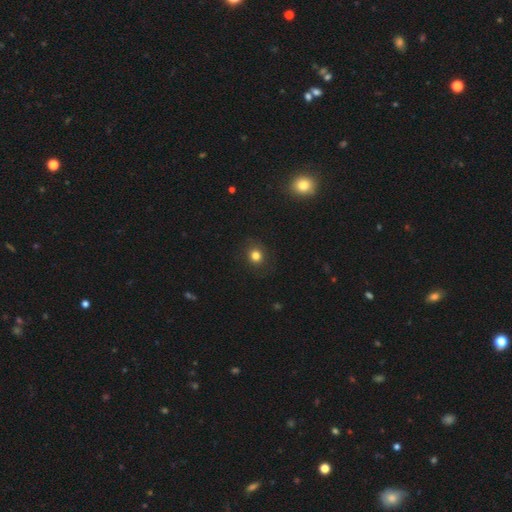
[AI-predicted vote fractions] A smooth galaxy with no disk features (80%) that is round (81%). Merging: none (87%).